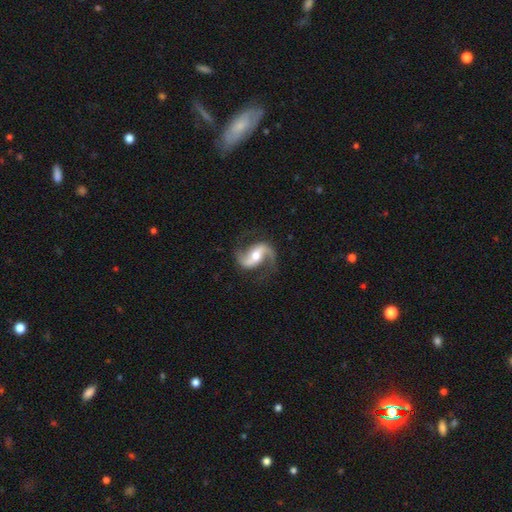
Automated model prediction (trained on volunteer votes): The model was most divided on "bar": strong: 40%, weak: 35%, no: 24%. More confident: spiral arms — yes (97%); edge-on disk — no (97%); spiral arm count — 2 (93%); smooth or featured — featured or disk (91%); merging — none (79%); bulge size — moderate (66%); spiral winding — loose (54%).